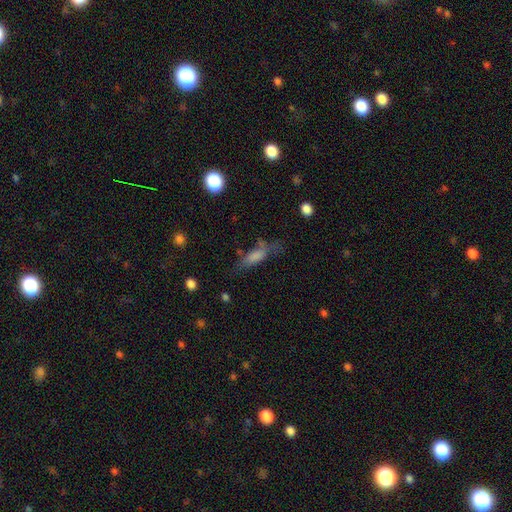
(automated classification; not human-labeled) smooth-or-featured: smooth: 71% | featured or disk: 19% | star or artifact: 11%
  how-rounded: in between: 53% | cigar-shaped: 44% | round: 3%
  merging: none: 44% | minor disturbance: 28% | major disturbance: 21% | merger: 7%